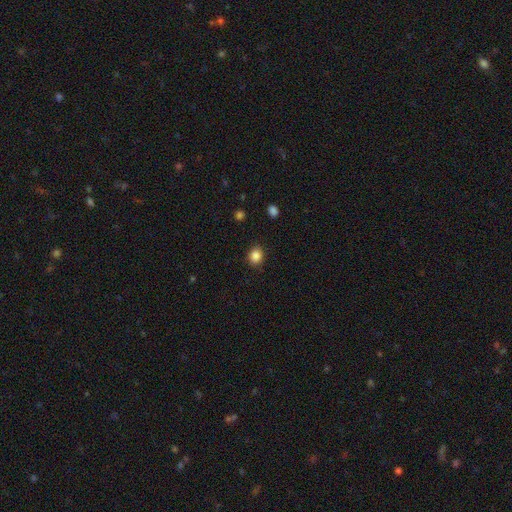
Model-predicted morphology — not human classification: Smooth or featured?
  - smooth: 86% *
  - star or artifact: 11%
  - featured or disk: 4%
How rounded?
  - round: 71% *
  - in between: 28%
  - cigar-shaped: 1%
Merging?
  - none: 88% *
  - minor disturbance: 8%
  - major disturbance: 2%
  - merger: 1%